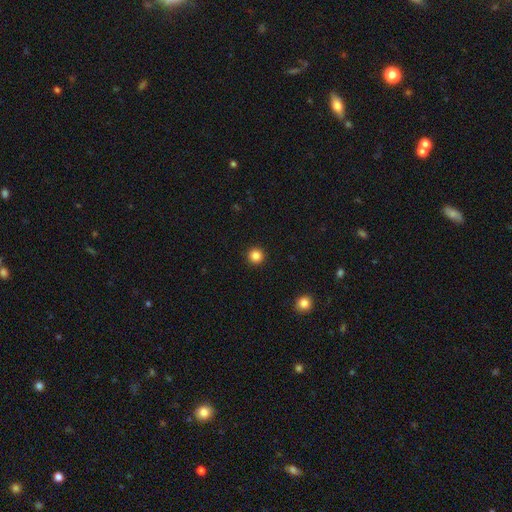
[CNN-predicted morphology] Smooth or featured? Predicted: smooth (p=0.85). How rounded? Predicted: round (p=0.96). Merging? Predicted: none (p=0.94).